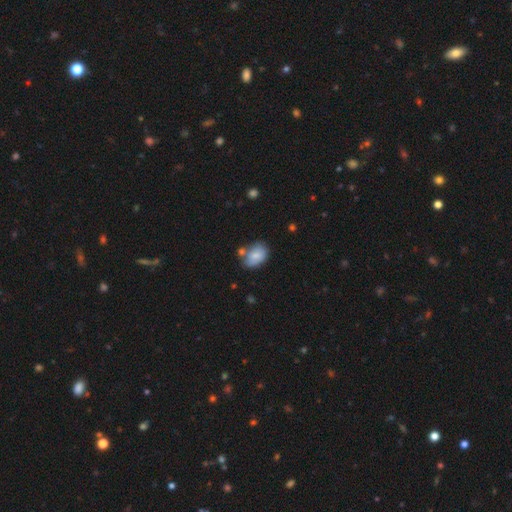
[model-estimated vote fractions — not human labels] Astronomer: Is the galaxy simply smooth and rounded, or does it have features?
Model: smooth — 78%.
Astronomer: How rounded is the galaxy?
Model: in between — 81%.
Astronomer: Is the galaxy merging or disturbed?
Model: none — 55%.